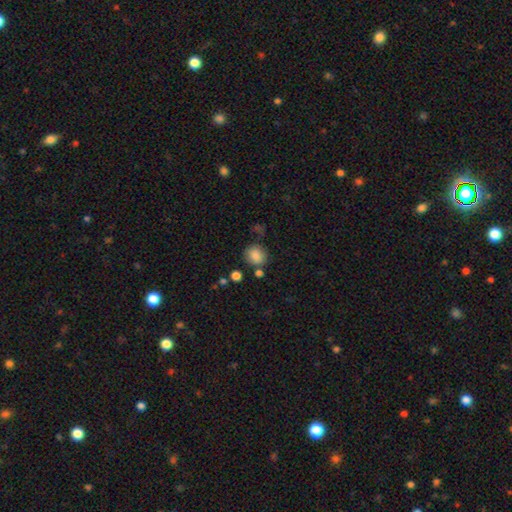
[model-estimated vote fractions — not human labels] A smooth galaxy with no disk features (83%) that is round (81%).

Vote fractions:
- Smooth or featured? smooth: 83% / star or artifact: 10% / featured or disk: 7%
- How rounded? round: 81% / in between: 18% / cigar-shaped: 1%
- Merging? none: 76% / minor disturbance: 12% / merger: 8% / major disturbance: 4%